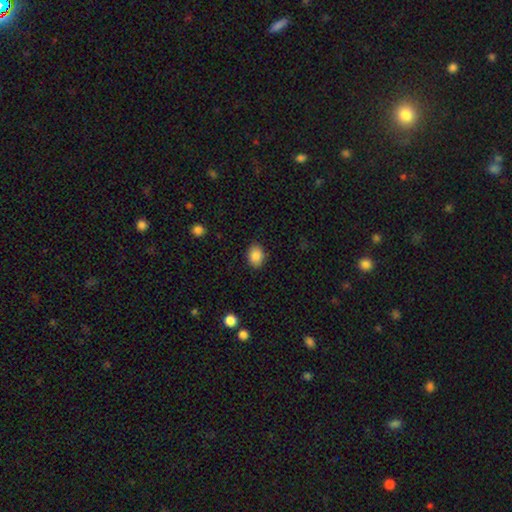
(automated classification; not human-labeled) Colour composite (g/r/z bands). It shows a smooth galaxy with no disk features (87%) that is in between round and cigar-shaped (64%). Merging: none (86%).